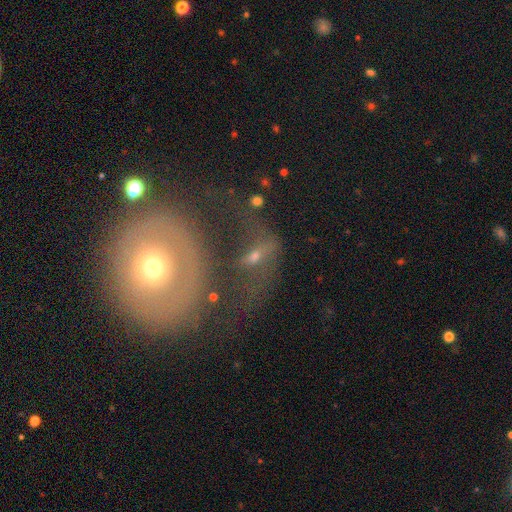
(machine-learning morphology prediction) Q: Smooth or featured?
A: featured or disk (57%); runner-up: smooth (27%)
Q: Edge-on disk?
A: no (81%); runner-up: yes (19%)
Q: Merging?
A: none (31%); runner-up: major disturbance (27%)